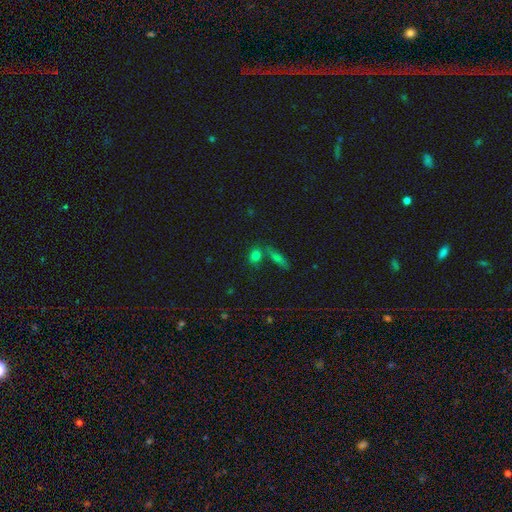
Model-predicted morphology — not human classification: smooth_or_featured: smooth (p=0.72) [alt: star or artifact p=0.18]
how_rounded: in between (p=0.50) [alt: round p=0.41]
merging: none (p=0.63) [alt: merger p=0.22]